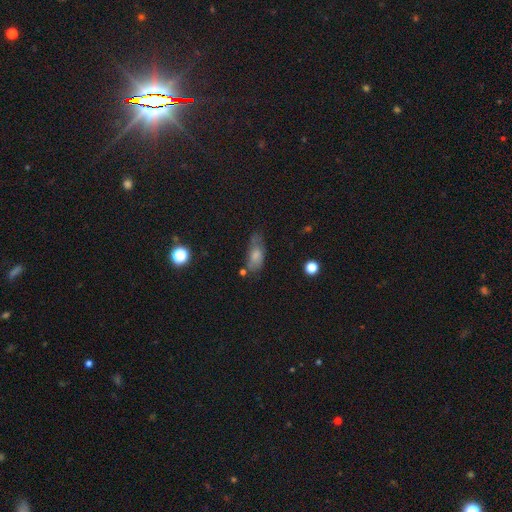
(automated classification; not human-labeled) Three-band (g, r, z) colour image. It shows a smooth galaxy with no disk features (69%) that is in between round and cigar-shaped (82%). Merging: none (48%).